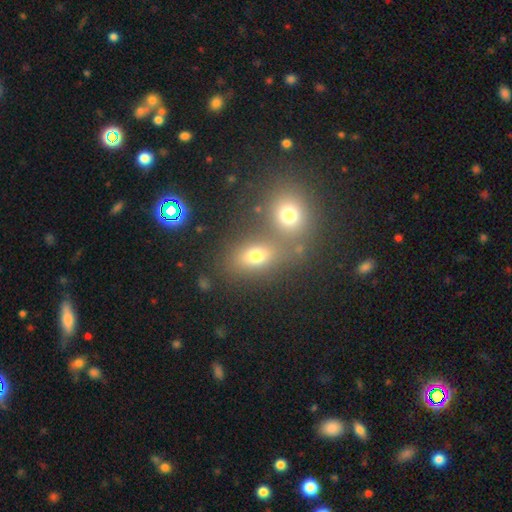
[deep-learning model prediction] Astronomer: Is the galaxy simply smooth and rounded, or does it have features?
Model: smooth — 71%.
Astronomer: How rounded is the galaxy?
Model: in between — 60% (runner-up: round, 36%).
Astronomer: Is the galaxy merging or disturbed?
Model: none — 47% (runner-up: merger, 39%).